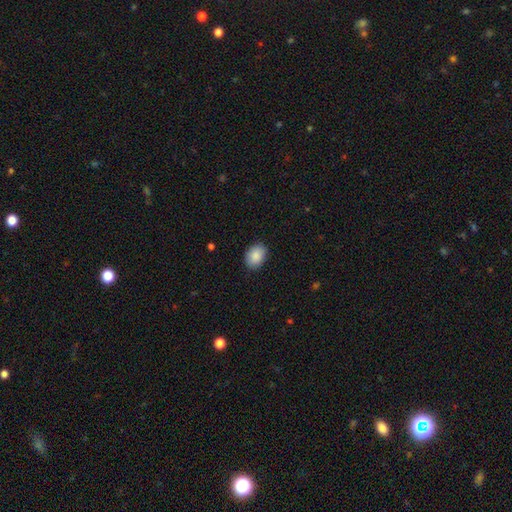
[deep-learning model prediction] Q: Smooth or featured?
A: smooth (89%); runner-up: star or artifact (7%)
Q: How rounded?
A: in between (73%); runner-up: round (26%)
Q: Merging?
A: none (88%); runner-up: minor disturbance (9%)